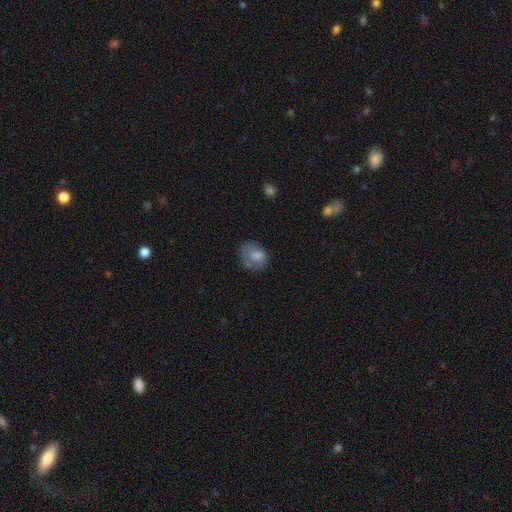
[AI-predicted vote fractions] smooth 72%, featured or disk 19%, star or artifact 9%. Down the decision tree: how rounded — round (54%); merging — none (52%).